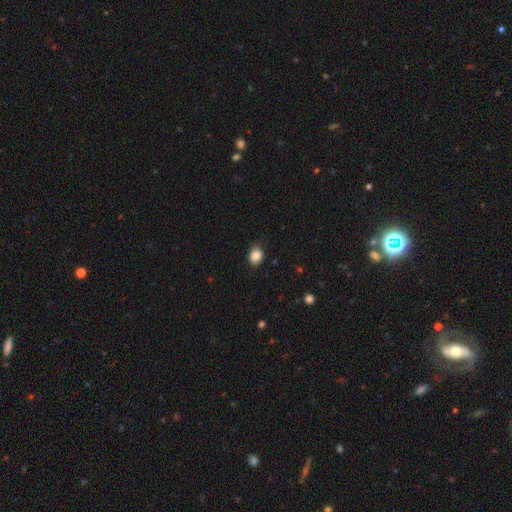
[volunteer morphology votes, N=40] A smooth galaxy with no disk features (88%) that is in between round and cigar-shaped (57%). Merging: none (89%).